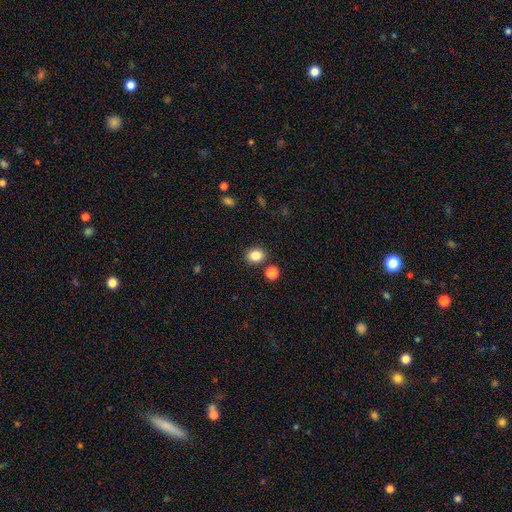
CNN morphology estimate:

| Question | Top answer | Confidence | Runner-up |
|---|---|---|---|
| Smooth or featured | smooth | 85% | star or artifact (11%) |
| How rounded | round | 54% | in between (45%) |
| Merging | none | 83% | minor disturbance (9%) |